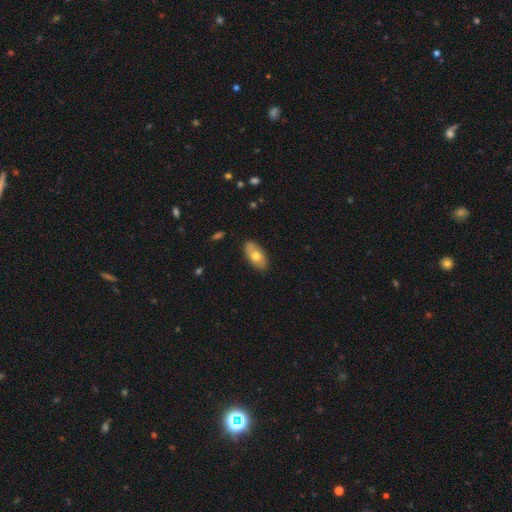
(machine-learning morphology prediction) A smooth galaxy with no disk features (63%) that is in between round and cigar-shaped (92%). Merging: none (85%).